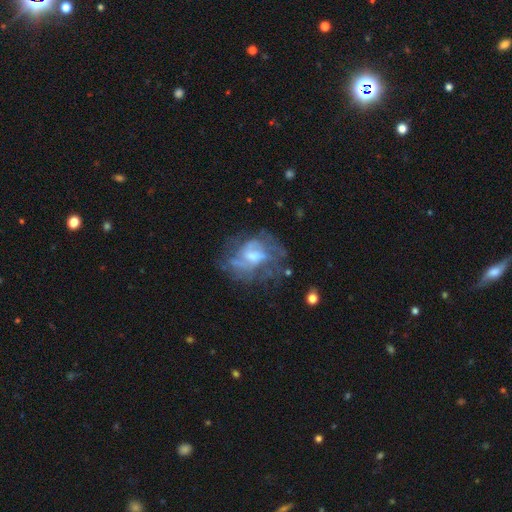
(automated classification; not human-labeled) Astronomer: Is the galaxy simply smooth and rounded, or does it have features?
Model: featured or disk — 73%.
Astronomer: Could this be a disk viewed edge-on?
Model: no — 96%.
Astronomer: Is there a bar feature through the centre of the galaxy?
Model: weak — 48% (runner-up: no, 36%).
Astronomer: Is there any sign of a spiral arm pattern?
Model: yes — 75%.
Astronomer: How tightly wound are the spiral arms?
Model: medium — 41% (runner-up: tight, 36%).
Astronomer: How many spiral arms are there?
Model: can't tell — 45% (runner-up: 2, 28%).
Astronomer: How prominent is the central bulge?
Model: moderate — 48% (runner-up: small, 29%).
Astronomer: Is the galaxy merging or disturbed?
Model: none — 58%.